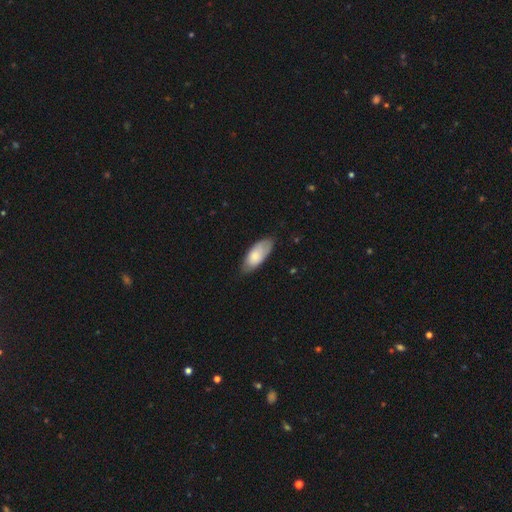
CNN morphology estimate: Smooth or featured?
  - smooth: 77% *
  - featured or disk: 17%
  - star or artifact: 6%
How rounded?
  - in between: 86% *
  - cigar-shaped: 12%
  - round: 2%
Merging?
  - none: 67% *
  - minor disturbance: 27%
  - major disturbance: 4%
  - merger: 1%